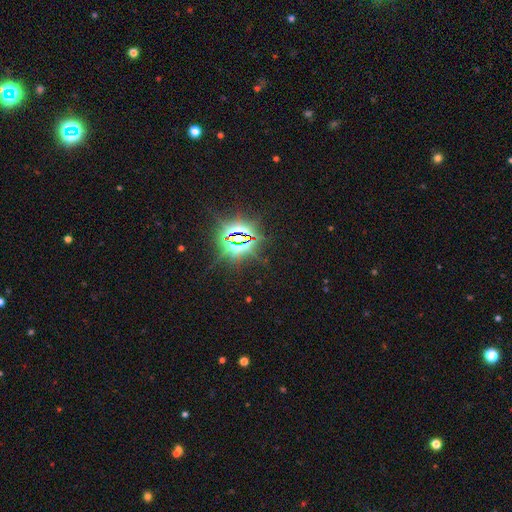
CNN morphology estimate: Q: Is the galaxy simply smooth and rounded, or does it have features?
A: star or artifact — 85%.